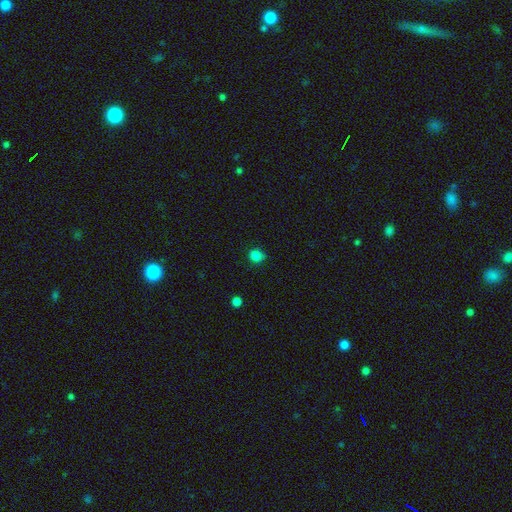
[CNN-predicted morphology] type=smooth (84%); roundness=round (85%); merging=none (81%).